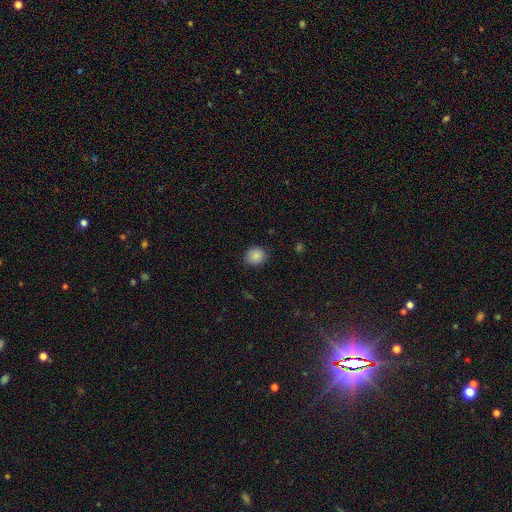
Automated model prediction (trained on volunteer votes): smooth-or-featured: smooth: 87% | star or artifact: 9% | featured or disk: 4%
  how-rounded: round: 82% | in between: 18% | cigar-shaped: 1%
  merging: none: 87% | minor disturbance: 10% | major disturbance: 2% | merger: 1%